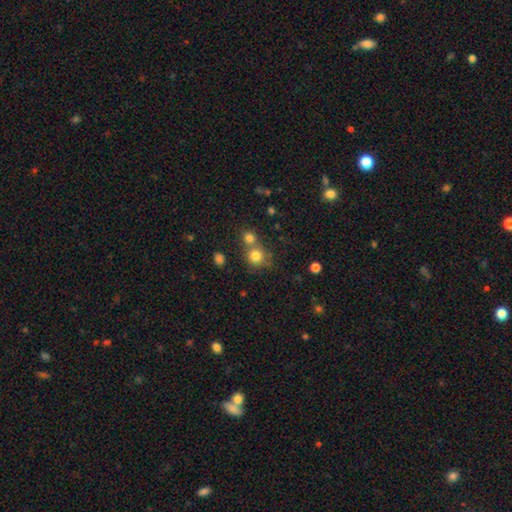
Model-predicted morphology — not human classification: A smooth galaxy with no disk features (79%) that is round (87%).

Vote fractions:
- Smooth or featured? smooth: 79% / star or artifact: 13% / featured or disk: 9%
- How rounded? round: 87% / in between: 12% / cigar-shaped: 1%
- Merging? none: 51% / merger: 37% / minor disturbance: 8% / major disturbance: 3%